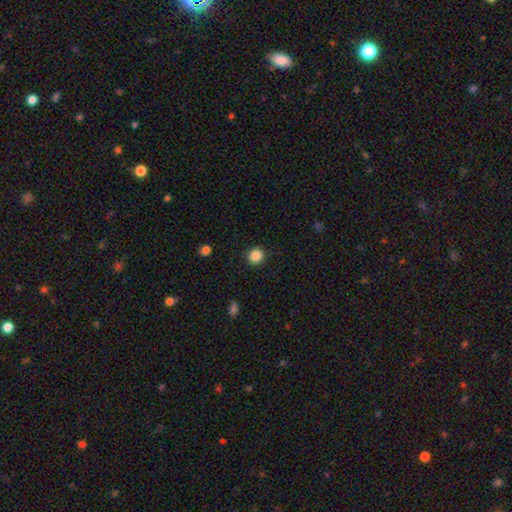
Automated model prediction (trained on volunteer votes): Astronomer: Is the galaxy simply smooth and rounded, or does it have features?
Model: smooth — 87%.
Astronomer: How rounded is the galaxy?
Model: round — 88%.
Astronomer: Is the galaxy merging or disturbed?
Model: none — 91%.